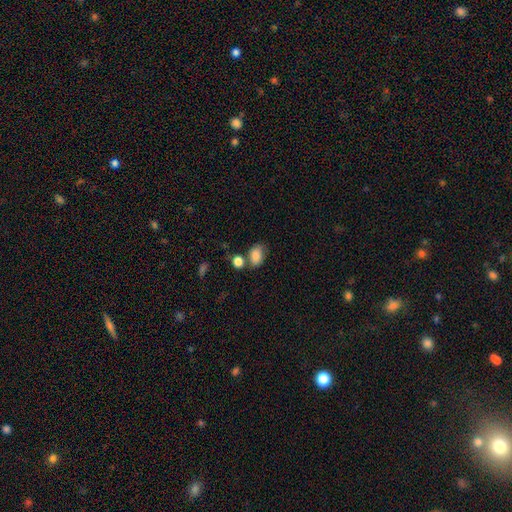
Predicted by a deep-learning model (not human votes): Morphology: type=smooth (83%); roundness=in between (78%); merging=none (56%).